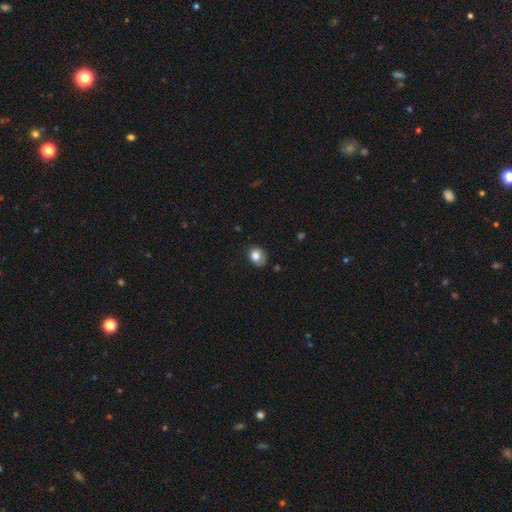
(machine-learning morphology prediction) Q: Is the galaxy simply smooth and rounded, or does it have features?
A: smooth — 81%.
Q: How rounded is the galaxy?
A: round — 61%.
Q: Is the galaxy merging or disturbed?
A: none — 65%.